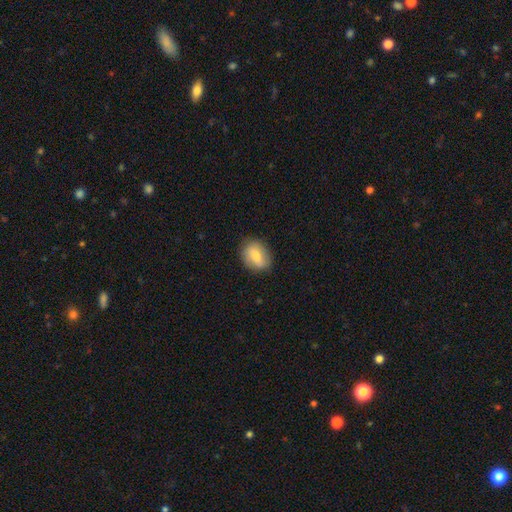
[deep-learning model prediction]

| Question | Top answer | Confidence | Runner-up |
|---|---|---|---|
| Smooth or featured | smooth | 72% | featured or disk (20%) |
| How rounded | in between | 60% | round (38%) |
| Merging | none | 80% | minor disturbance (15%) |